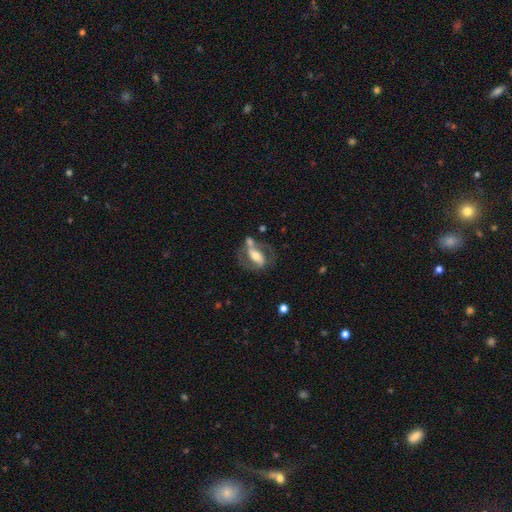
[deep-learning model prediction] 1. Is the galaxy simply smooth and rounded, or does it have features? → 70% featured or disk, 23% smooth, 6% star or artifact.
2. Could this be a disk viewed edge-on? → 89% no, 11% yes.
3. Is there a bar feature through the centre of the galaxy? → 54% strong, 25% weak, 21% no.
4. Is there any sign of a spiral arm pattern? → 75% yes, 25% no.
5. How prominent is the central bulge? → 59% moderate, 24% small, 13% large, 2% none, 2% dominant.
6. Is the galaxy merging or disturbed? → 51% none, 18% minor disturbance, 17% merger, 15% major disturbance.